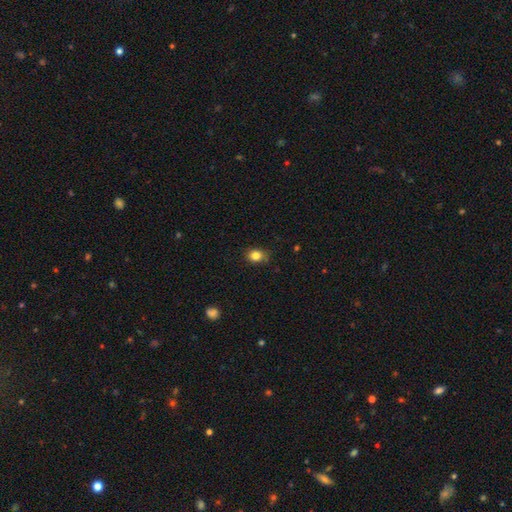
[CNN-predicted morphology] Smooth or featured?
  - smooth: 83% *
  - star or artifact: 11%
  - featured or disk: 6%
How rounded?
  - round: 58% *
  - in between: 41%
  - cigar-shaped: 1%
Merging?
  - none: 78% *
  - minor disturbance: 18%
  - major disturbance: 3%
  - merger: 1%